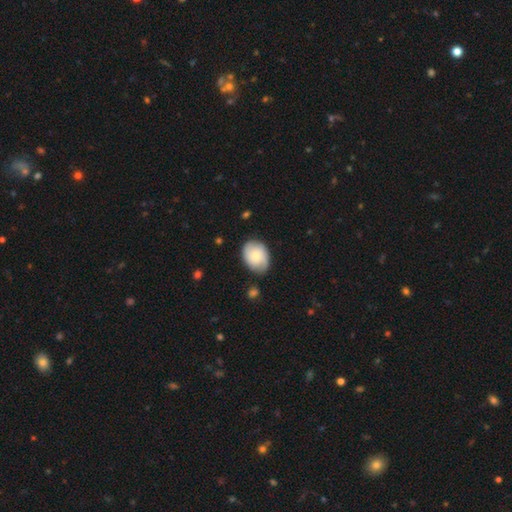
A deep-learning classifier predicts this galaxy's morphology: Smooth or featured? Predicted: smooth (p=0.56). How rounded? Predicted: in between (p=0.68). Merging? Predicted: none (p=0.72).